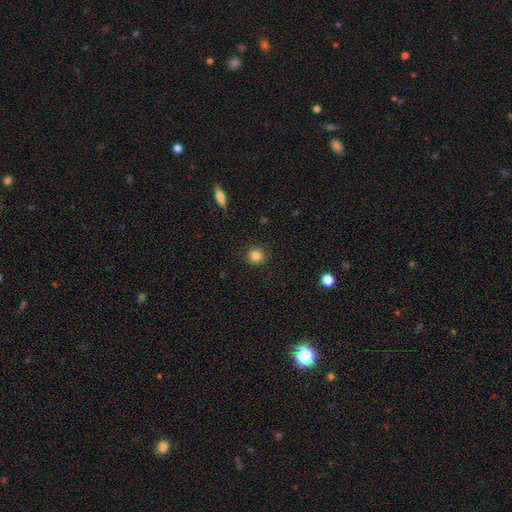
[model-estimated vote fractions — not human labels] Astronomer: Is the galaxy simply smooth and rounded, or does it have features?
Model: smooth — 84%.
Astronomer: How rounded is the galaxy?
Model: round — 94%.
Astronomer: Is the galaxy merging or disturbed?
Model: none — 92%.